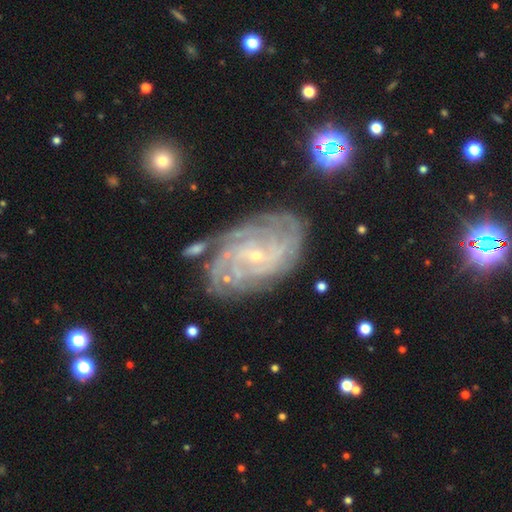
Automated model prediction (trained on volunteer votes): A featured or disk galaxy (87%) with no bar (63%), tight (73%) spiral arms (97%) and a small central bulge (84%).

Vote fractions:
- Smooth or featured? featured or disk: 87% / star or artifact: 6% / smooth: 6%
- Edge-on disk? no: 96% / yes: 4%
- Bar? no: 63% / weak: 29% / strong: 8%
- Spiral arms? yes: 97% / no: 3%
- Spiral winding? tight: 73% / medium: 22% / loose: 5%
- Spiral arm count? can't tell: 28% / 4: 22% / more than 4: 20% / 3: 13% / 2: 11% / 1: 7%
- Bulge size? small: 84% / moderate: 12% / none: 2% / large: 1% / dominant: 1%
- Merging? none: 73% / minor disturbance: 18% / major disturbance: 7% / merger: 3%